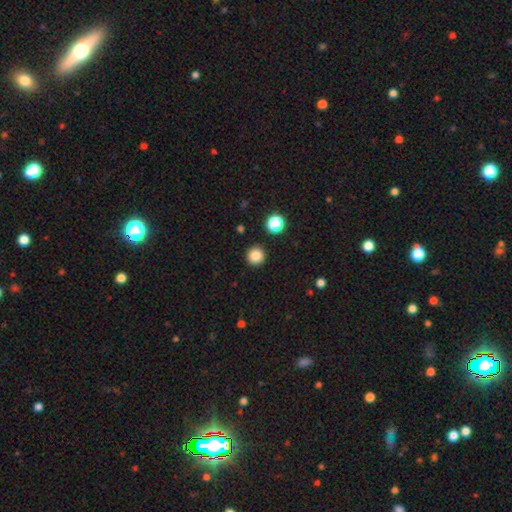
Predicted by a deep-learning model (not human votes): Smooth or featured? smooth (85%)
How rounded? round (95%)
Merging? none (92%)